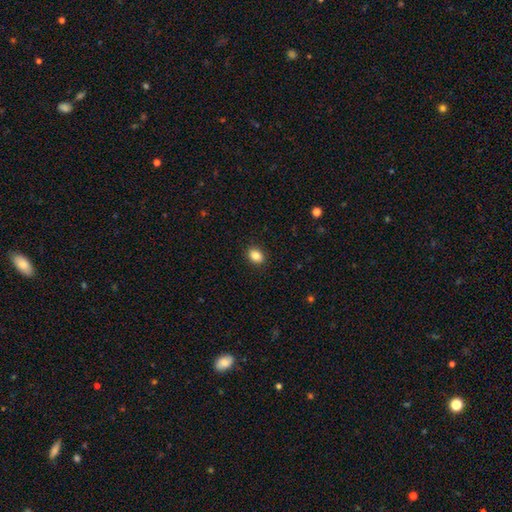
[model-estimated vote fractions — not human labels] smooth_or_featured: smooth (p=0.85) [alt: star or artifact p=0.09]
how_rounded: in between (p=0.58) [alt: round p=0.41]
merging: none (p=0.90) [alt: minor disturbance p=0.07]